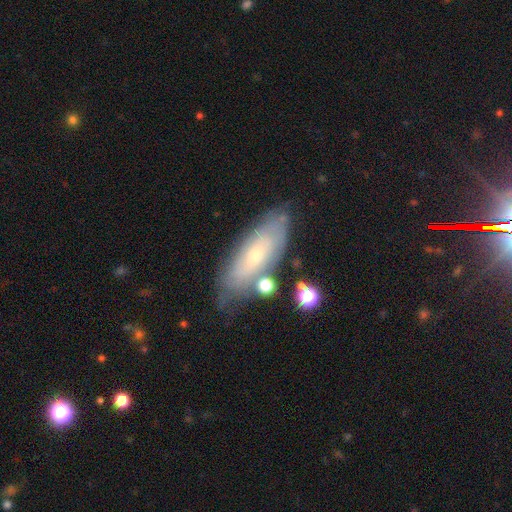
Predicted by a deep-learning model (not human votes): The model was most divided on "smooth or featured": featured or disk: 58%, smooth: 34%, star or artifact: 8%. More confident: edge-on disk — no (80%); merging — none (68%).